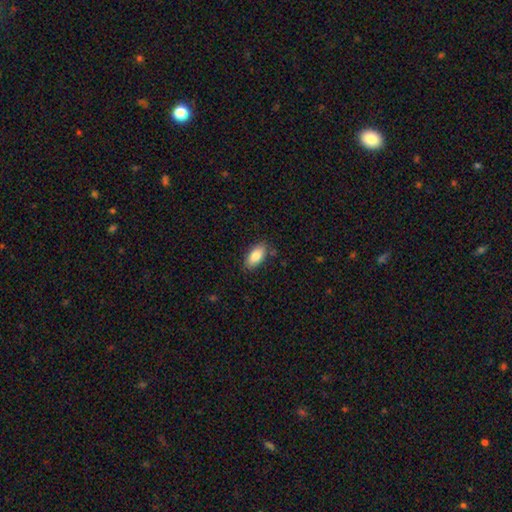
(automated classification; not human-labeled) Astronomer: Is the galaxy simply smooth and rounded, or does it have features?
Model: smooth — 84%.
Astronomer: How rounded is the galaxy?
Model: in between — 91%.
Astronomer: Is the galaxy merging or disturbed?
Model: none — 83%.